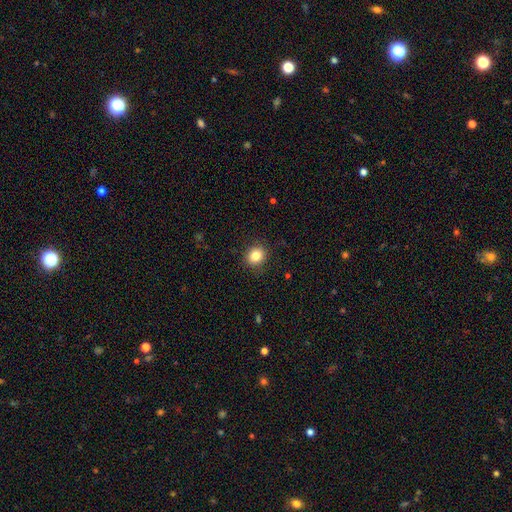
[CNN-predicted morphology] This is clearly a smooth galaxy (84%). How rounded: likely round (70%). Merging: clearly none (88%).